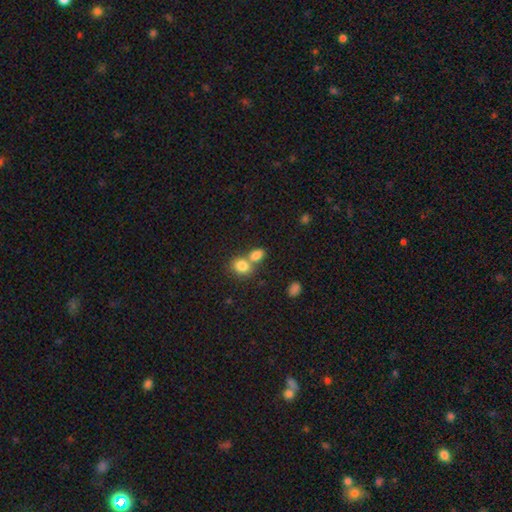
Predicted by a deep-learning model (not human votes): smooth 81%, star or artifact 10%, featured or disk 8%. Down the decision tree: how rounded — in between (62%); merging — merger (54%).